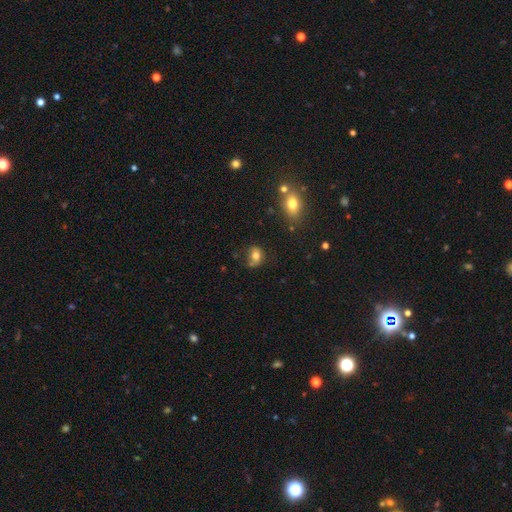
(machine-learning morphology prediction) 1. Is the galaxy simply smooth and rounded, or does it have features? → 74% smooth, 13% featured or disk, 12% star or artifact.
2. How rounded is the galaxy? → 50% round, 48% in between, 1% cigar-shaped.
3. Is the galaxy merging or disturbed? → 55% none, 26% minor disturbance, 10% major disturbance, 9% merger.